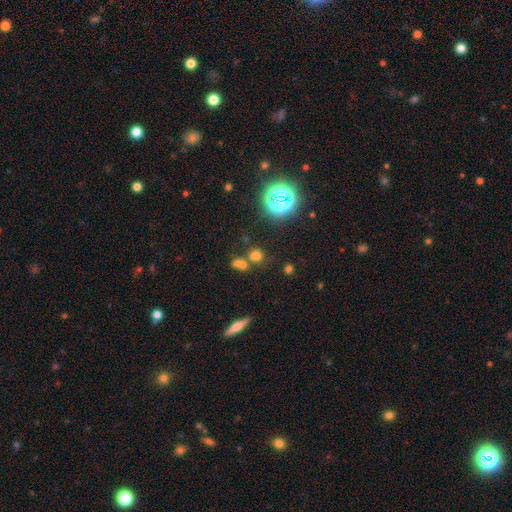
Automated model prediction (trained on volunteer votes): Smooth or featured? Predicted: smooth (p=0.60). How rounded? Predicted: round (p=0.83). Merging? Predicted: none (p=0.55).